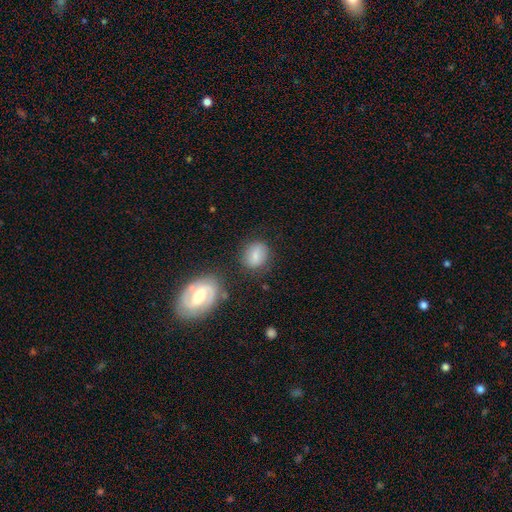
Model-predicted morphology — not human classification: This appears to be a smooth galaxy with no disk features (74%) that is in between round and cigar-shaped (54%). Merging: none (72%).